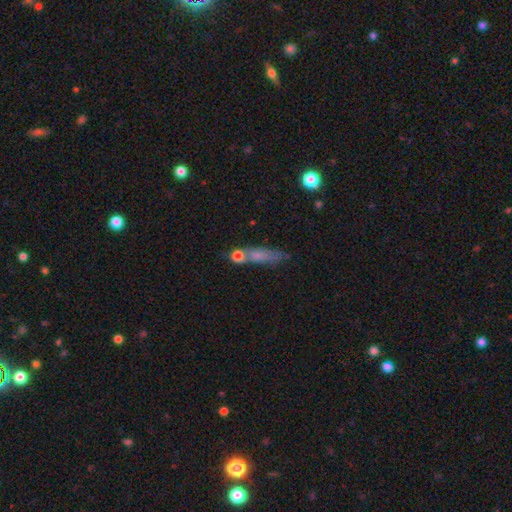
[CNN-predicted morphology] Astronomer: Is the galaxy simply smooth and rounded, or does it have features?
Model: smooth — 59%.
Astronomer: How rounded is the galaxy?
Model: cigar-shaped — 76%.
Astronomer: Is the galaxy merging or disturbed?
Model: none — 64%.